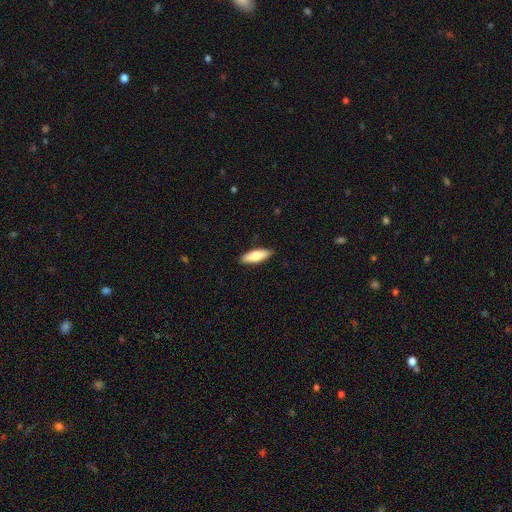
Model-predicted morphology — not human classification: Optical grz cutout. It shows a smooth galaxy with no disk features (80%) that is in between round and cigar-shaped (61%). Merging: none (89%).